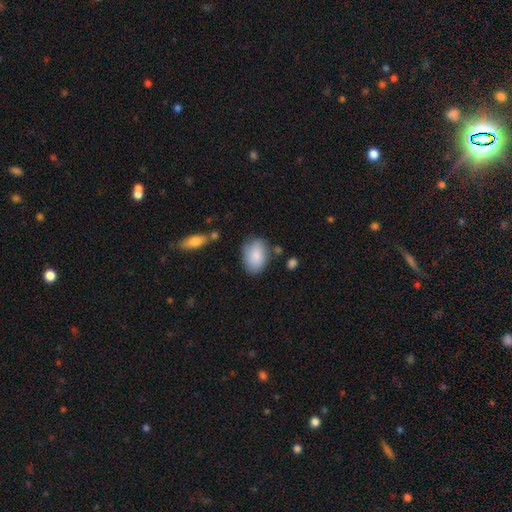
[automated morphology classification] Smooth or featured? Predicted: smooth (p=0.85). How rounded? Predicted: in between (p=0.85). Merging? Predicted: none (p=0.74).